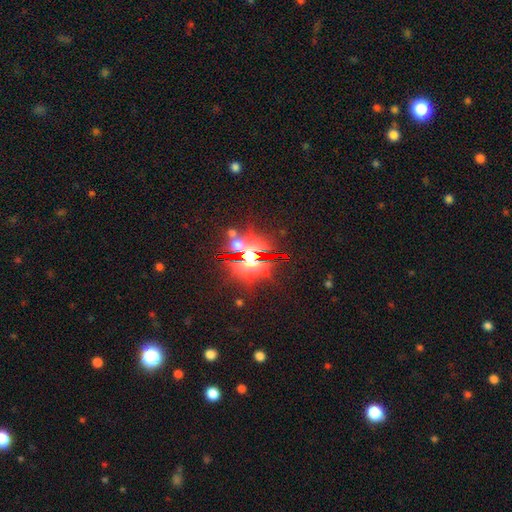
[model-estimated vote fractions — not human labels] Smooth or featured?
  - star or artifact: 78% *
  - smooth: 13%
  - featured or disk: 10%